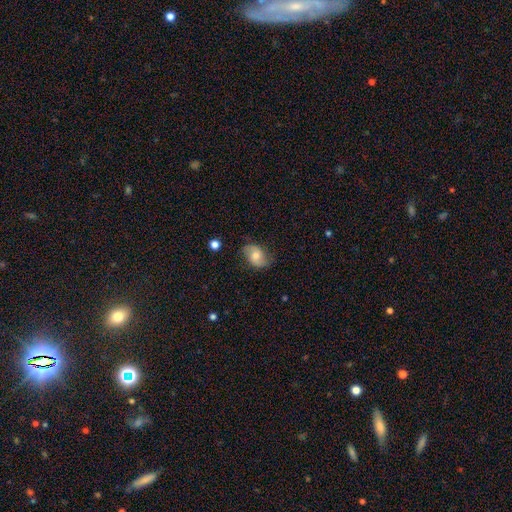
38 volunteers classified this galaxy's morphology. Q: Smooth or featured?
A: smooth (53%); runner-up: featured or disk (42%)
Q: How rounded?
A: in between (100%)
Q: Merging?
A: none (78%); runner-up: minor disturbance (17%)